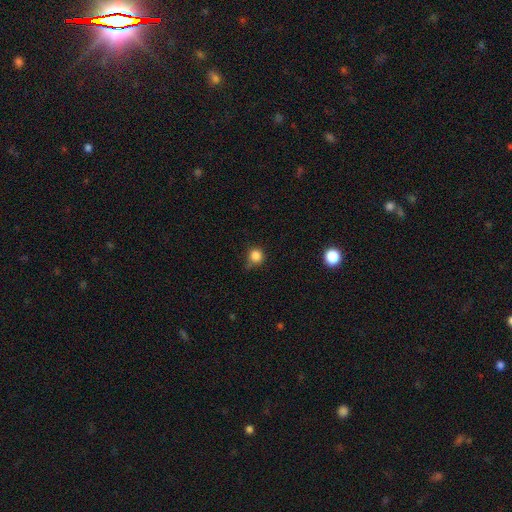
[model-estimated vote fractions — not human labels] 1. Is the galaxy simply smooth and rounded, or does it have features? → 84% smooth, 12% star or artifact, 4% featured or disk.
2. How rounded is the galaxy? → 90% round, 9% in between, 1% cigar-shaped.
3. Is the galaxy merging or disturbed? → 63% none, 27% minor disturbance, 7% major disturbance, 3% merger.